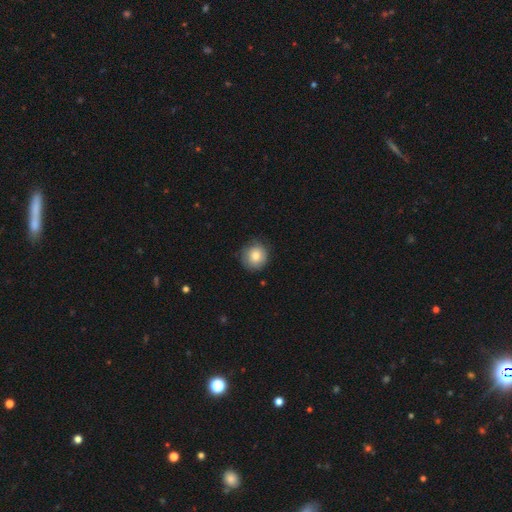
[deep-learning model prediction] This appears to be a smooth galaxy with no disk features (79%) that is round (92%). Merging: none (82%).